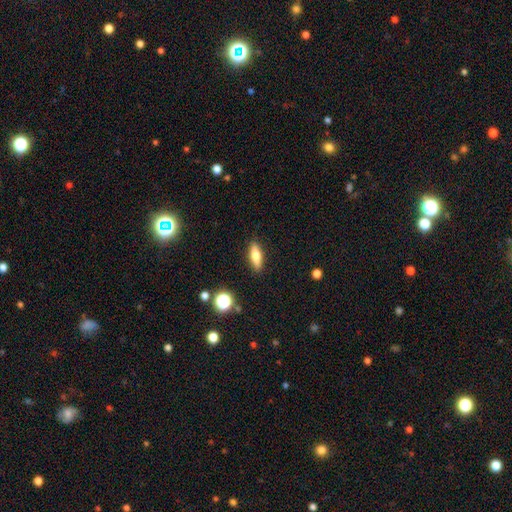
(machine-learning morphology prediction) smooth-or-featured: smooth: 66% | featured or disk: 26% | star or artifact: 8%
  how-rounded: in between: 57% | cigar-shaped: 40% | round: 4%
  merging: none: 89% | minor disturbance: 8% | major disturbance: 2% | merger: 1%